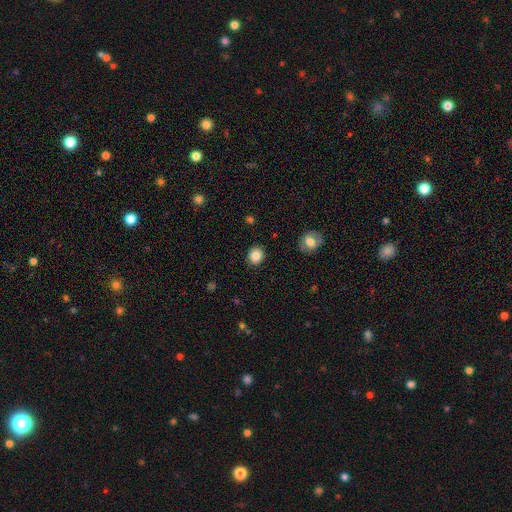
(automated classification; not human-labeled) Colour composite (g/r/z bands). It shows a smooth galaxy with no disk features (85%) that is round (79%). Merging: none (90%).